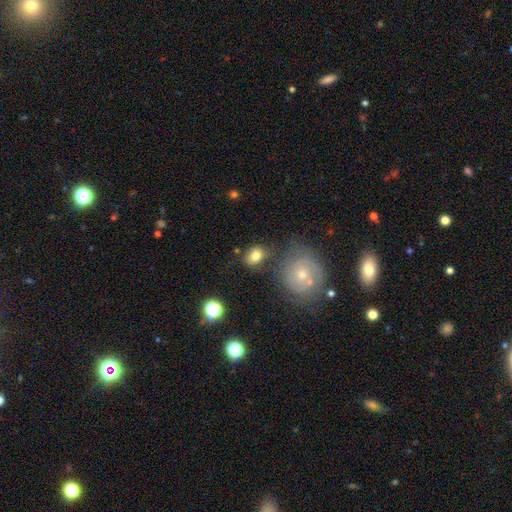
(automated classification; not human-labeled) smooth 77%, featured or disk 13%, star or artifact 10%. Down the decision tree: how rounded — in between (50%); merging — none (70%).